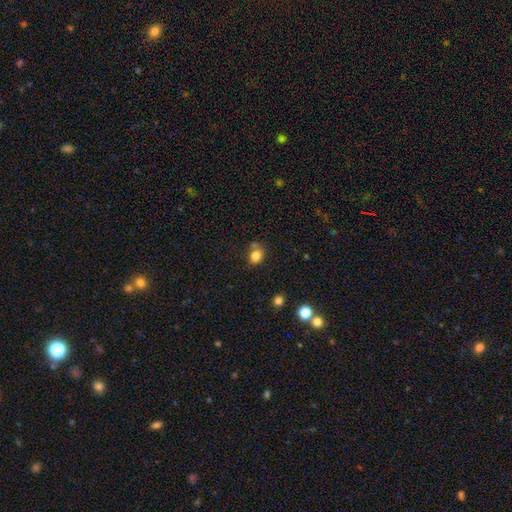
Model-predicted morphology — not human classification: smooth 81%, star or artifact 12%, featured or disk 7%. Down the decision tree: how rounded — round (75%); merging — none (59%).